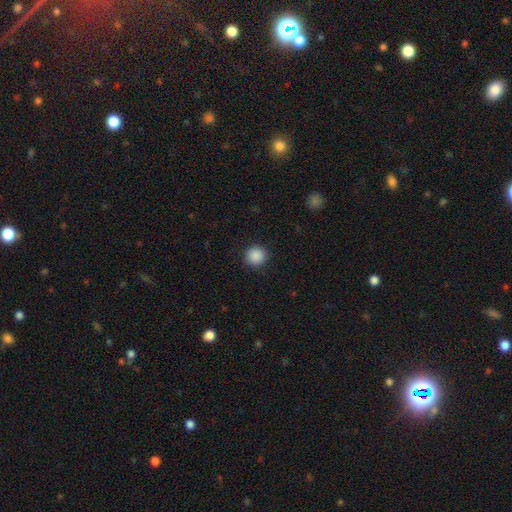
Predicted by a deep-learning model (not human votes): Smooth or featured?
  - smooth: 89% *
  - star or artifact: 9%
  - featured or disk: 2%
How rounded?
  - round: 93% *
  - in between: 6%
  - cigar-shaped: 1%
Merging?
  - none: 91% *
  - minor disturbance: 6%
  - major disturbance: 2%
  - merger: 1%